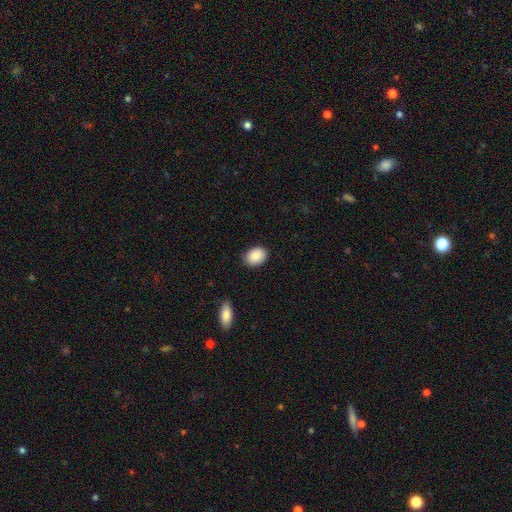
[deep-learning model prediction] A smooth galaxy with no disk features (89%) that is in between round and cigar-shaped (68%).

Vote fractions:
- Smooth or featured? smooth: 89% / star or artifact: 7% / featured or disk: 4%
- How rounded? in between: 68% / round: 31% / cigar-shaped: 1%
- Merging? none: 85% / minor disturbance: 12% / major disturbance: 2% / merger: 1%